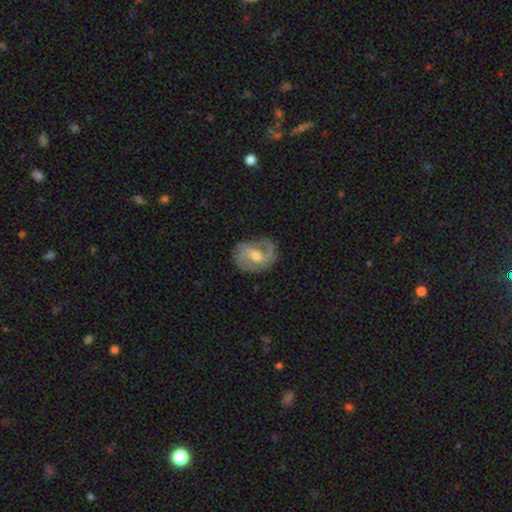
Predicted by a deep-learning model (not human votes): Q: Smooth or featured?
A: featured or disk (78%); runner-up: smooth (17%)
Q: Edge-on disk?
A: no (97%); runner-up: yes (3%)
Q: Bar?
A: weak (50%); runner-up: no (36%)
Q: Spiral arms?
A: yes (92%); runner-up: no (8%)
Q: Spiral winding?
A: medium (45%); runner-up: tight (29%)
Q: Spiral arm count?
A: 2 (66%); runner-up: 1 (13%)
Q: Bulge size?
A: moderate (68%); runner-up: small (25%)
Q: Merging?
A: none (68%); runner-up: minor disturbance (21%)